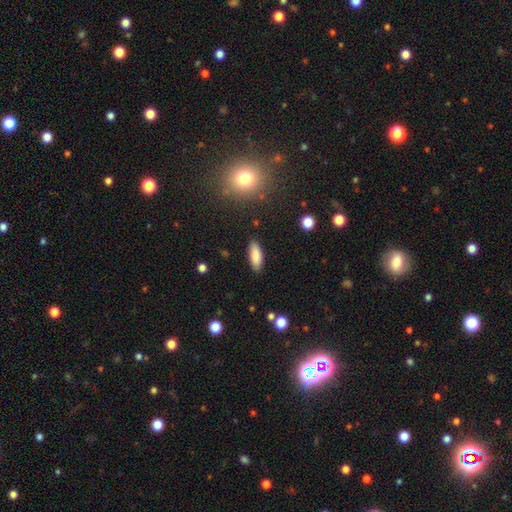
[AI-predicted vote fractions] Q: Smooth or featured?
A: smooth (86%); runner-up: featured or disk (7%)
Q: How rounded?
A: in between (73%); runner-up: cigar-shaped (25%)
Q: Merging?
A: none (87%); runner-up: minor disturbance (10%)